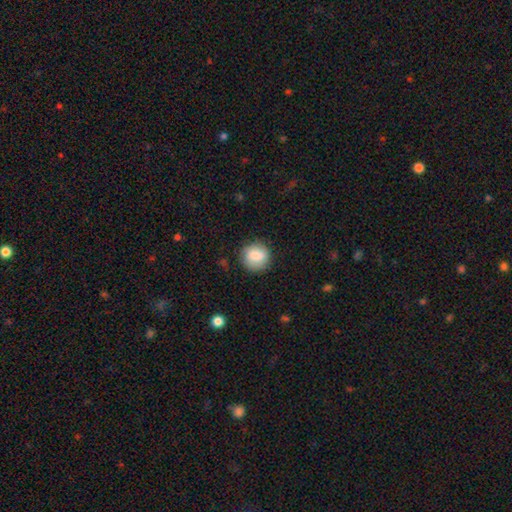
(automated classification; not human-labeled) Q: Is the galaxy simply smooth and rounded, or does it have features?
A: smooth — 84%.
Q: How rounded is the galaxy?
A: round — 87%.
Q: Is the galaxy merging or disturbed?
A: none — 83%.